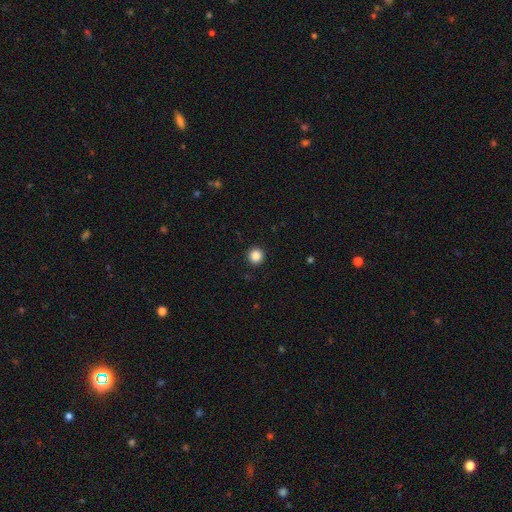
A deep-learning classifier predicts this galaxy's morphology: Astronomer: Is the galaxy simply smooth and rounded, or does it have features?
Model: smooth — 86%.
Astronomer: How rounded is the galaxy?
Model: round — 96%.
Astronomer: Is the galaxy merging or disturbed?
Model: none — 93%.